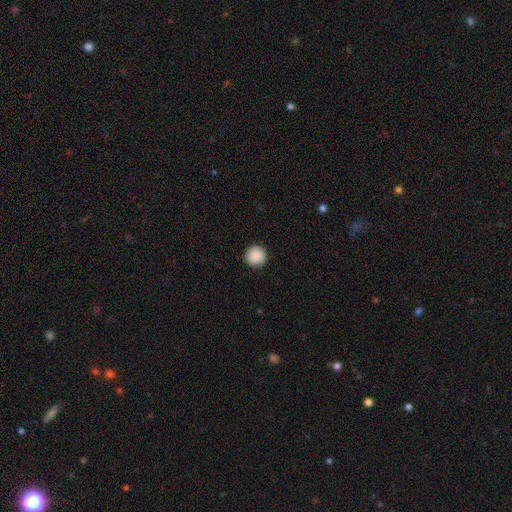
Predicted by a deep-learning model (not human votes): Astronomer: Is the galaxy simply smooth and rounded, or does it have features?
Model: smooth — 90%.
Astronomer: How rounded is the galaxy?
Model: round — 96%.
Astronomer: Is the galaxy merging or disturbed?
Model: none — 93%.